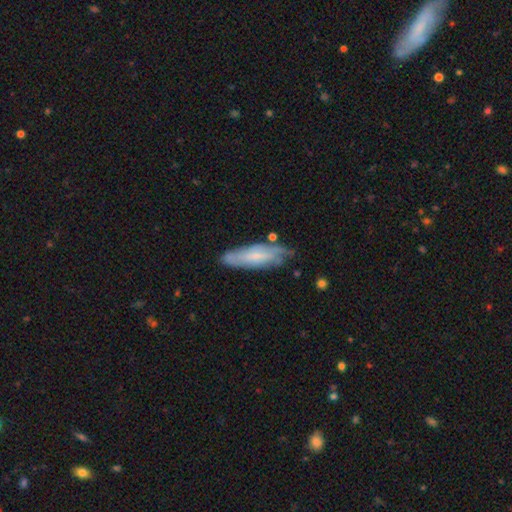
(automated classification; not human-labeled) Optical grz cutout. It shows a featured or disk galaxy (50%). Merging: none (67%).